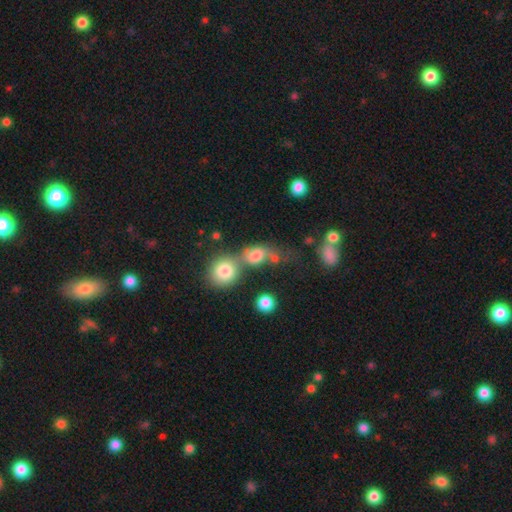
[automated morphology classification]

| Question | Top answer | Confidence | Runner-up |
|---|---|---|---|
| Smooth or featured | smooth | 72% | featured or disk (14%) |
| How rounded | in between | 49% | round (48%) |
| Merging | merger | 47% | none (30%) |